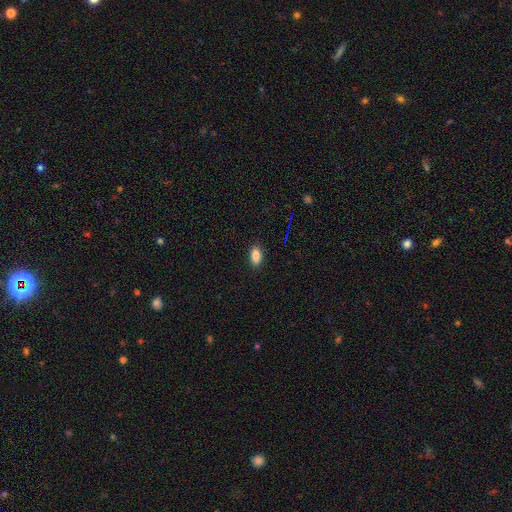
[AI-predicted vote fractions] Smooth or featured?
  - smooth: 87% *
  - star or artifact: 9%
  - featured or disk: 4%
How rounded?
  - in between: 91% *
  - round: 4%
  - cigar-shaped: 4%
Merging?
  - none: 89% *
  - minor disturbance: 8%
  - major disturbance: 2%
  - merger: 1%